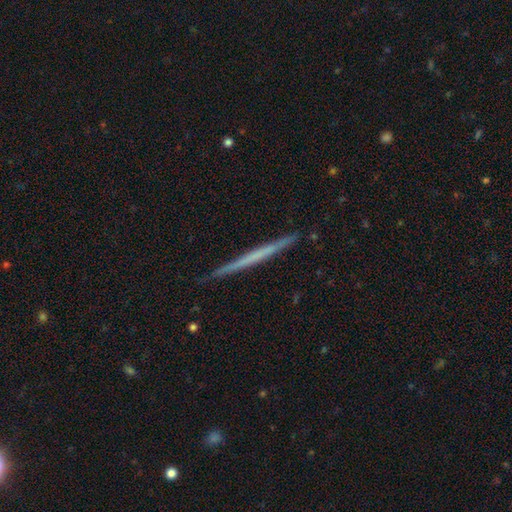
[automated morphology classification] This is possibly a featured or disk galaxy (54%). It is clearly viewed edge-on (98%). Edge-on bulge: clearly none (92%). Merging: clearly none (91%).